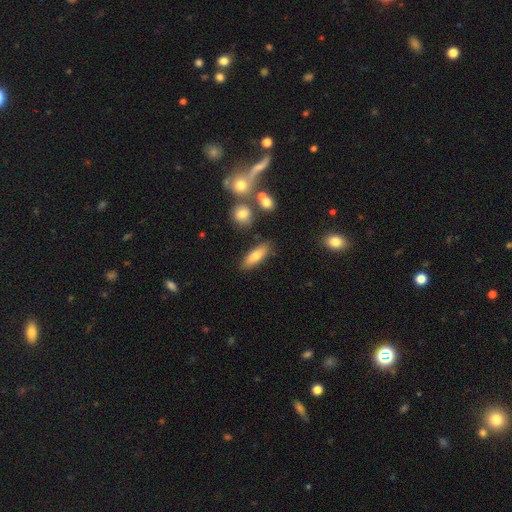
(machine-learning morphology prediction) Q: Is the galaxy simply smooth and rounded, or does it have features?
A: smooth — 72%.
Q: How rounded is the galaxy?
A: in between — 58%.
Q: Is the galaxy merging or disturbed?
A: none — 81%.